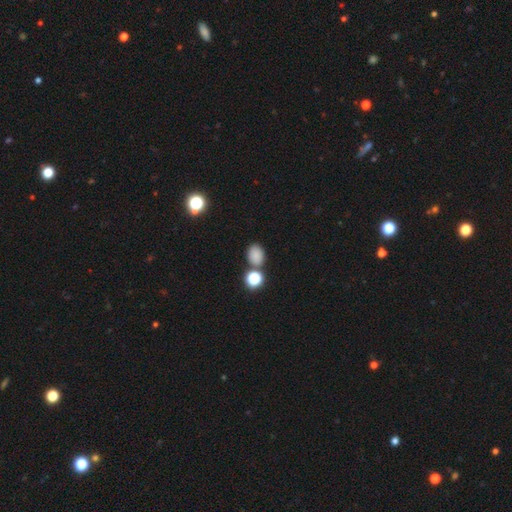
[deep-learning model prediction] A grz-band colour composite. It shows a smooth galaxy with no disk features (79%) that is in between round and cigar-shaped (63%). Merging: none (72%).